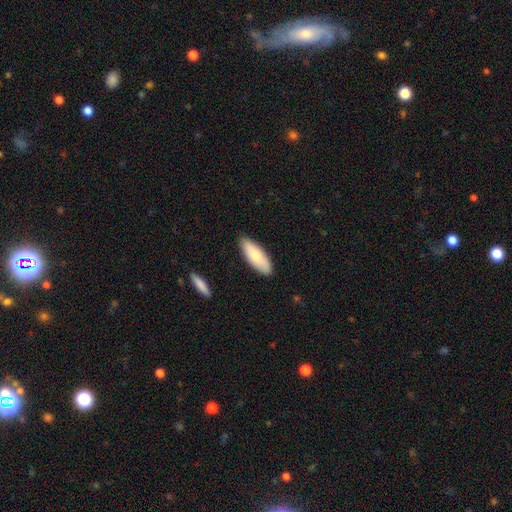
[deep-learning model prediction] The model was most divided on "how rounded": in between: 75%, cigar-shaped: 23%, round: 2%. More confident: merging — none (86%); smooth or featured — smooth (77%).